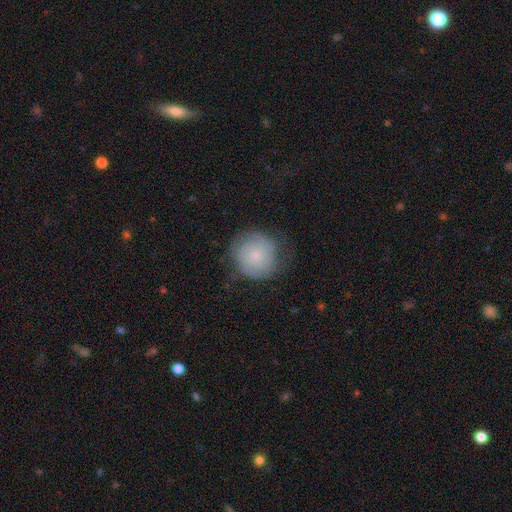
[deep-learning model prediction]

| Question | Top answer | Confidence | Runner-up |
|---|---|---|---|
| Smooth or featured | featured or disk | 49% | smooth (43%) |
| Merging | none | 73% | minor disturbance (19%) |